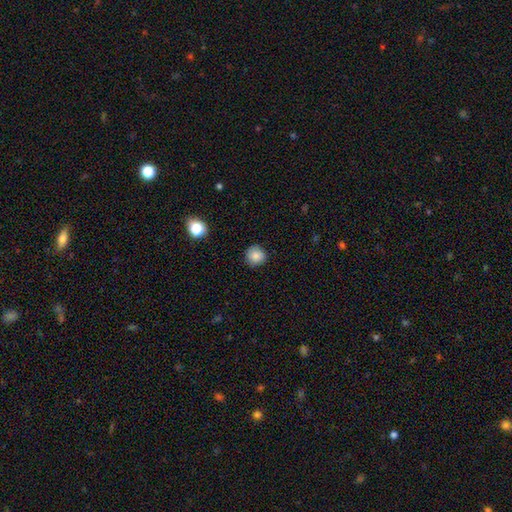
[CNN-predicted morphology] smooth 86%, star or artifact 10%, featured or disk 4%. Down the decision tree: how rounded — round (93%); merging — none (88%).